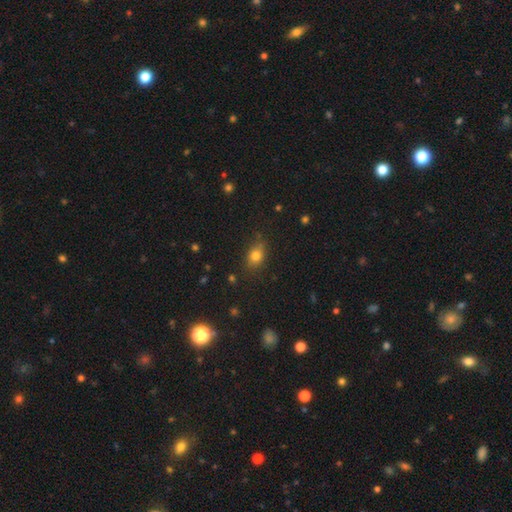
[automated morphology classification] A smooth galaxy with no disk features (77%) that is in between round and cigar-shaped (64%).

Vote fractions:
- Smooth or featured? smooth: 77% / star or artifact: 13% / featured or disk: 9%
- How rounded? in between: 64% / round: 33% / cigar-shaped: 3%
- Merging? none: 79% / minor disturbance: 15% / major disturbance: 4% / merger: 2%